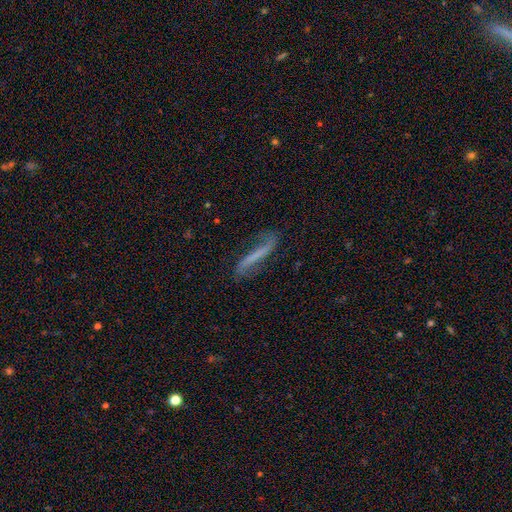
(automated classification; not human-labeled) Q: Smooth or featured?
A: featured or disk (62%); runner-up: smooth (29%)
Q: Edge-on disk?
A: no (64%); runner-up: yes (36%)
Q: Merging?
A: none (63%); runner-up: minor disturbance (23%)